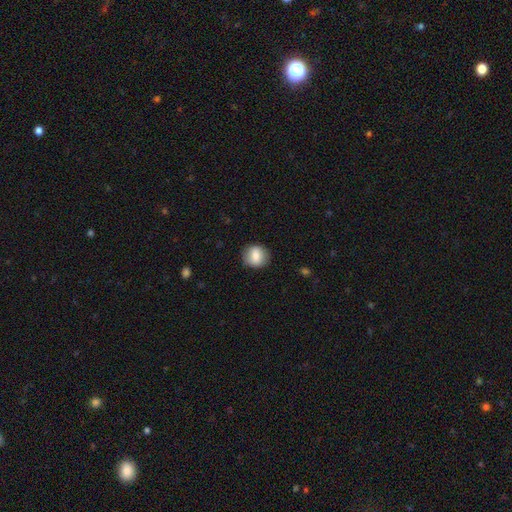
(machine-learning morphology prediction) Q: Smooth or featured?
A: smooth (78%); runner-up: featured or disk (14%)
Q: How rounded?
A: round (77%); runner-up: in between (22%)
Q: Merging?
A: none (85%); runner-up: minor disturbance (11%)